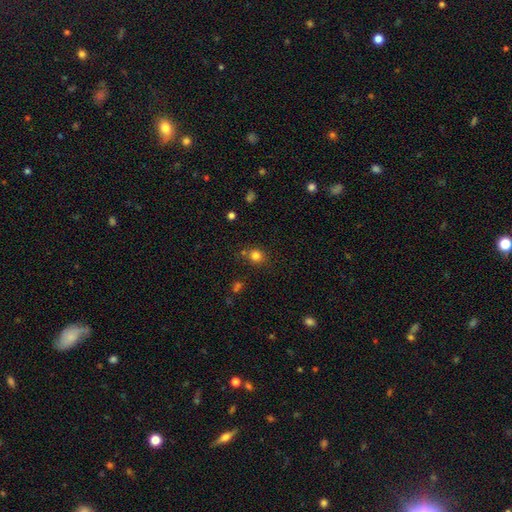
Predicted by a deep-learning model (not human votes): This is clearly a smooth galaxy (80%). How rounded: clearly round (83%). Merging: likely none (76%).